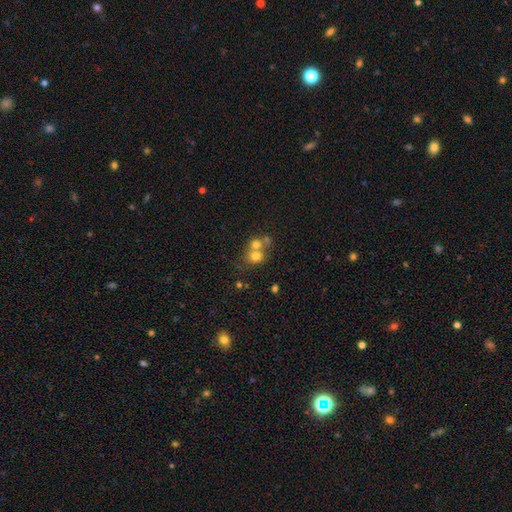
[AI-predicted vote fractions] smooth-or-featured: smooth: 71% | featured or disk: 15% | star or artifact: 14%
  how-rounded: round: 78% | in between: 21% | cigar-shaped: 1%
  merging: merger: 50% | none: 39% | minor disturbance: 7% | major disturbance: 3%